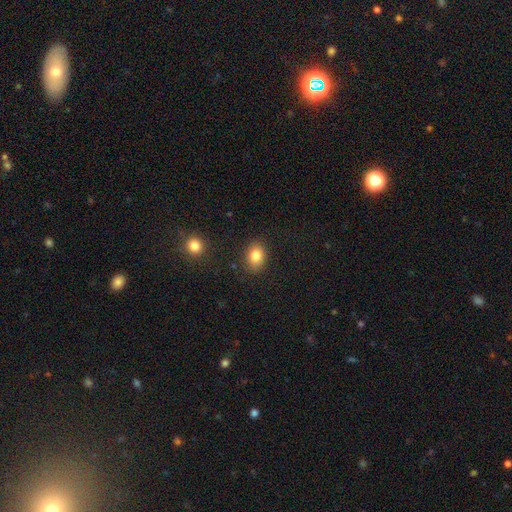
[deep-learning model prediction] Q: Smooth or featured?
A: smooth (83%); runner-up: star or artifact (9%)
Q: How rounded?
A: in between (65%); runner-up: round (34%)
Q: Merging?
A: none (85%); runner-up: minor disturbance (10%)